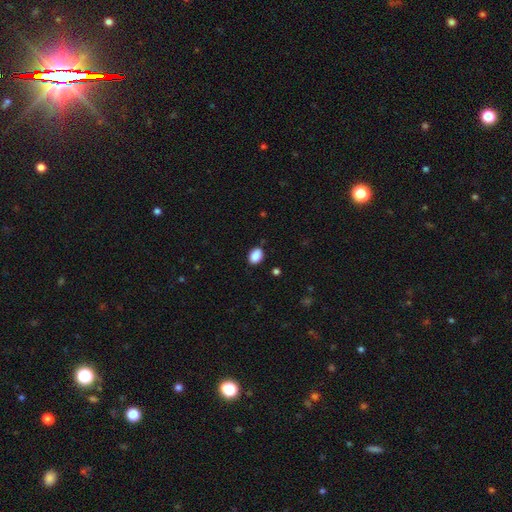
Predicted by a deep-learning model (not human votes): Overall: smooth (89%). How rounded: in between (79%). Merging: none (87%).